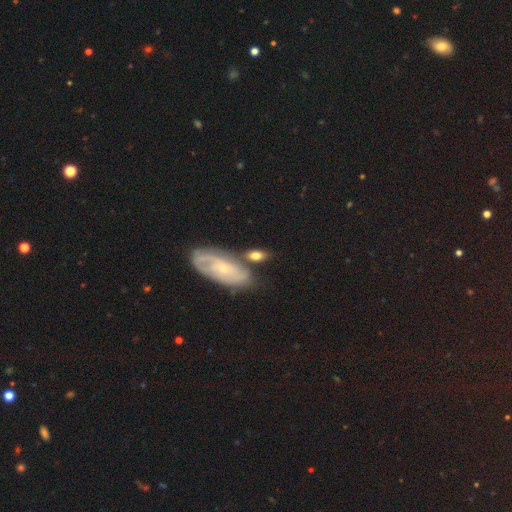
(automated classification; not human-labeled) Smooth or featured? smooth (59%)
How rounded? in between (83%)
Merging? none (53%)